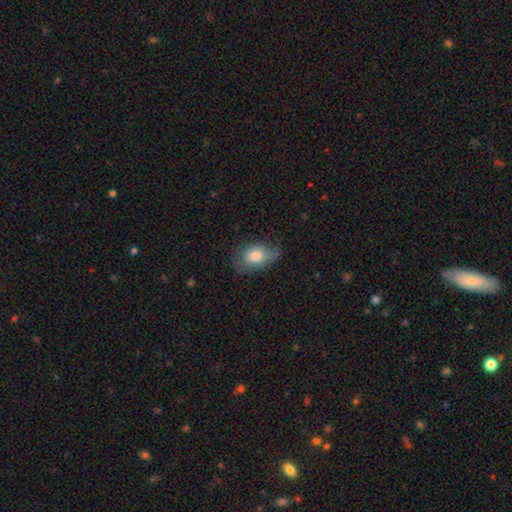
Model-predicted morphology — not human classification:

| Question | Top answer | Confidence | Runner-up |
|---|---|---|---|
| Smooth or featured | smooth | 73% | featured or disk (20%) |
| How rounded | in between | 84% | round (15%) |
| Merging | none | 51% | minor disturbance (33%) |